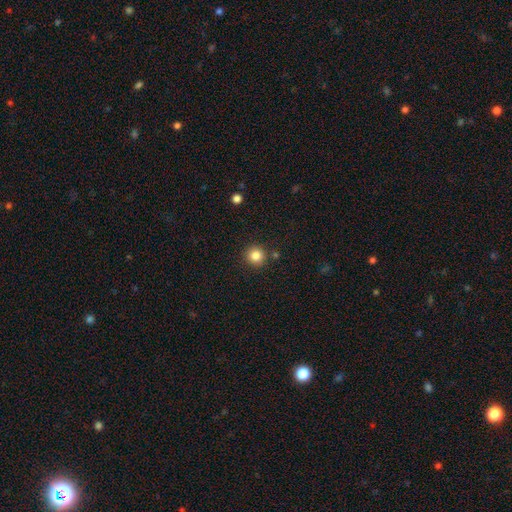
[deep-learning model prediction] The model was most divided on "smooth or featured": smooth: 84%, star or artifact: 12%, featured or disk: 5%. More confident: how rounded — round (94%); merging — none (88%).